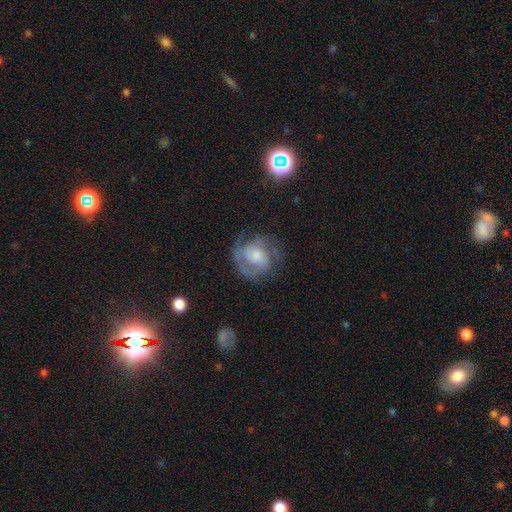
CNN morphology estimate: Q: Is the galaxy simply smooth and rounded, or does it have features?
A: featured or disk — 72%.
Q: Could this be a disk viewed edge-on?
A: no — 97%.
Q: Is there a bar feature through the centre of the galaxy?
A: no — 65%.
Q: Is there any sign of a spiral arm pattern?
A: yes — 87%.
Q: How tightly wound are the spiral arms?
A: tight — 48%.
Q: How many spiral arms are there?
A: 2 — 39%.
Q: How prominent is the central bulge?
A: moderate — 43%.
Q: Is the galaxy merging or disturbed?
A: none — 66%.